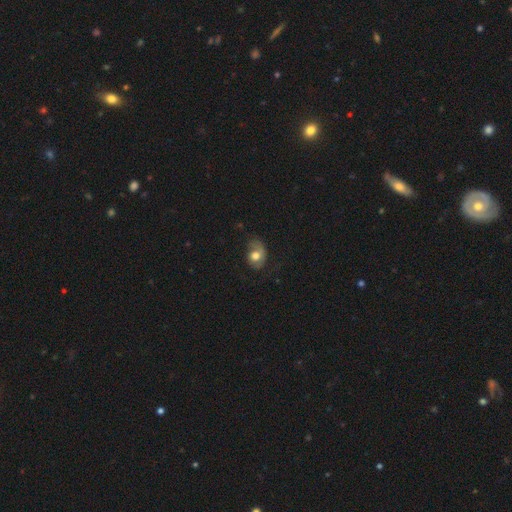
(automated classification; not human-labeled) Smooth or featured? smooth (60%)
How rounded? in between (62%)
Merging? none (43%)